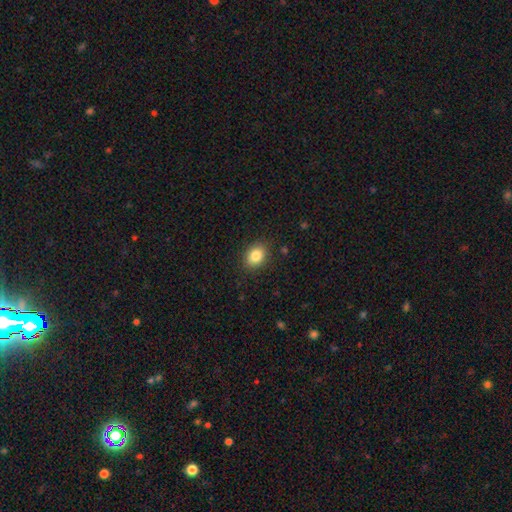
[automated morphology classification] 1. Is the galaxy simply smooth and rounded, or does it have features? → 85% smooth, 9% star or artifact, 6% featured or disk.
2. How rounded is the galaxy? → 61% in between, 38% round, 1% cigar-shaped.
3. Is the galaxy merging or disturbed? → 87% none, 9% minor disturbance, 3% major disturbance, 1% merger.